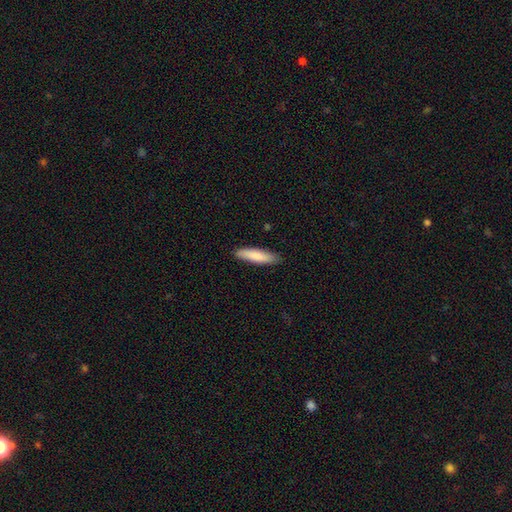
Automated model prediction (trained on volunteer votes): smooth 84%, featured or disk 11%, star or artifact 5%. Down the decision tree: how rounded — cigar-shaped (74%); merging — none (87%).